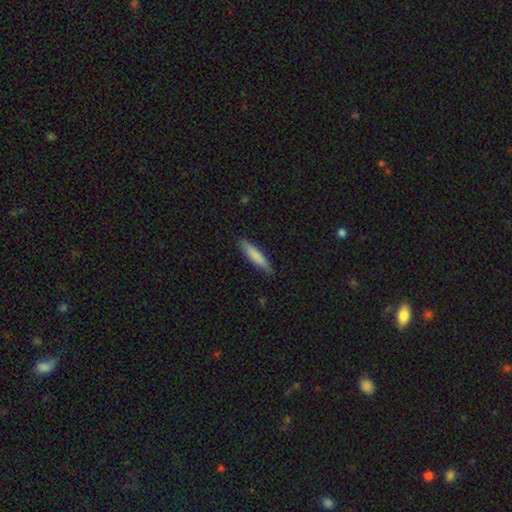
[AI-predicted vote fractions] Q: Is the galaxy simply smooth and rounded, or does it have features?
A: smooth — 80%.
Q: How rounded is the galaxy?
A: cigar-shaped — 85%.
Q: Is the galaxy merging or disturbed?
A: none — 87%.